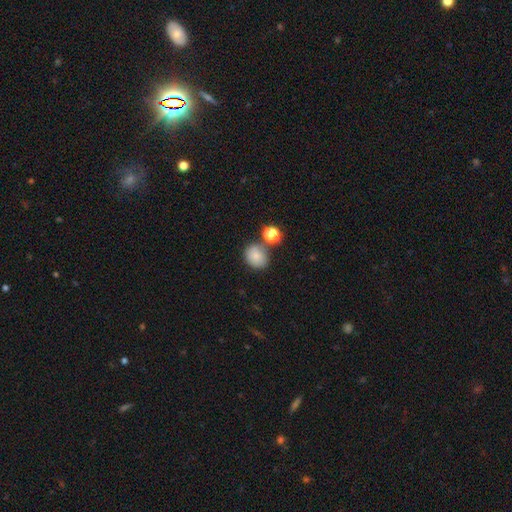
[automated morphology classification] type=smooth (80%); roundness=round (61%); merging=none (60%).